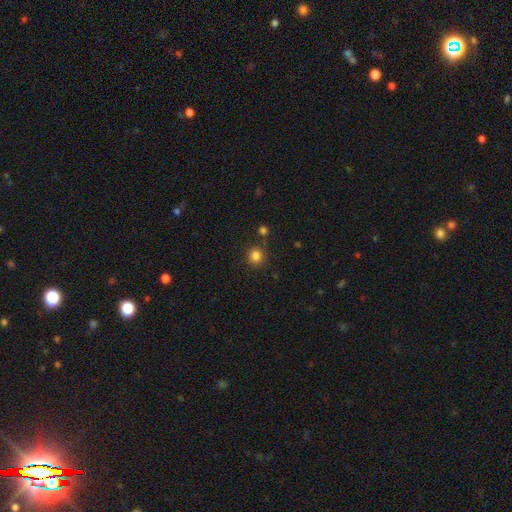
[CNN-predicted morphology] Smooth or featured? smooth (84%)
How rounded? round (91%)
Merging? none (83%)